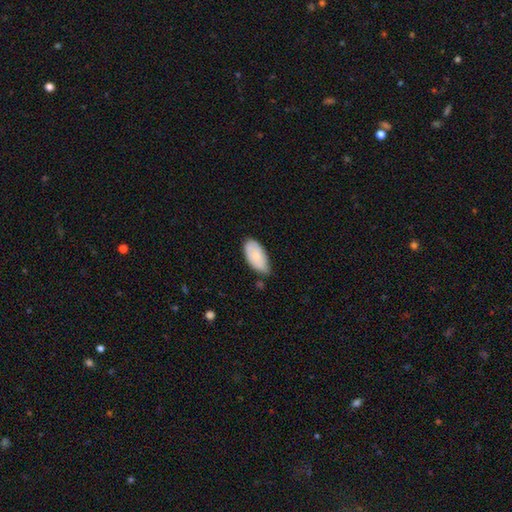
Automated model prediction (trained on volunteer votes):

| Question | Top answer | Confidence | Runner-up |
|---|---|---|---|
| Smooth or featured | smooth | 78% | featured or disk (16%) |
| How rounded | in between | 95% | cigar-shaped (3%) |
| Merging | none | 53% | minor disturbance (39%) |